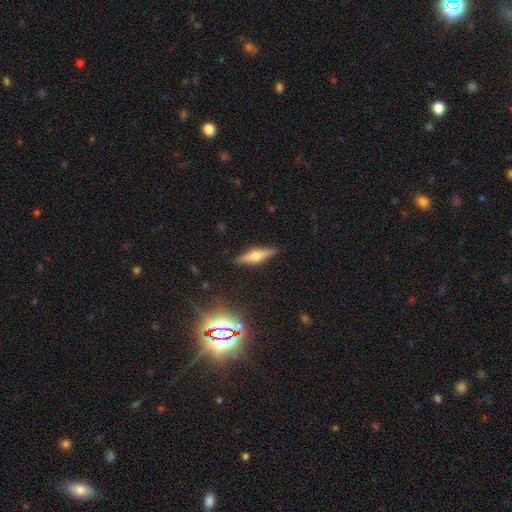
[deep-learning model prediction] This appears to be a featured or disk galaxy (59%) viewed edge-on (95%) with a rounded central bulge (90%). Merging: none (88%).